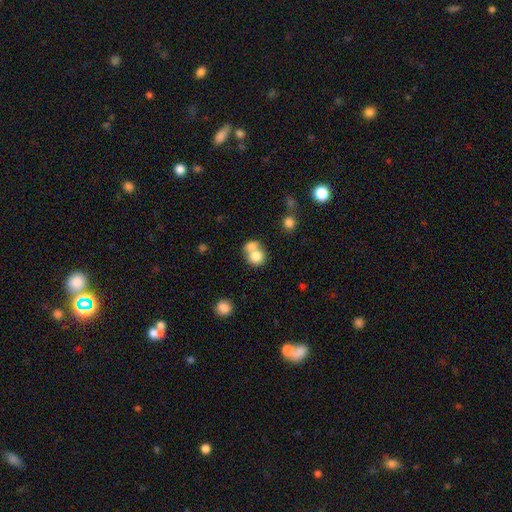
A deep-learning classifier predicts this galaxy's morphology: A smooth galaxy with no disk features (78%) that is round (77%). Merging: merger (58%).